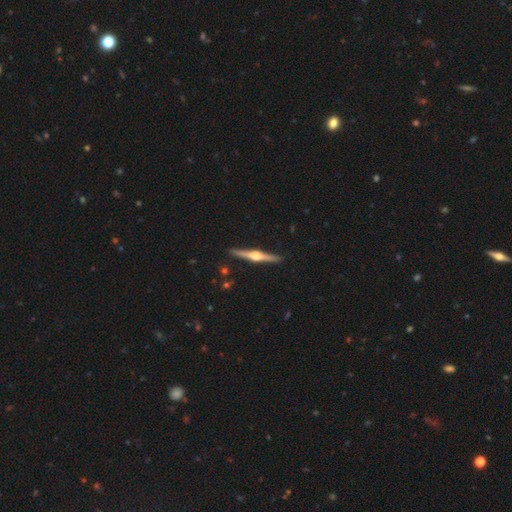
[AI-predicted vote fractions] Morphology: type=featured or disk (81%); edge-on=yes (99%); edge-on bulge=rounded (94%); merging=none (92%).